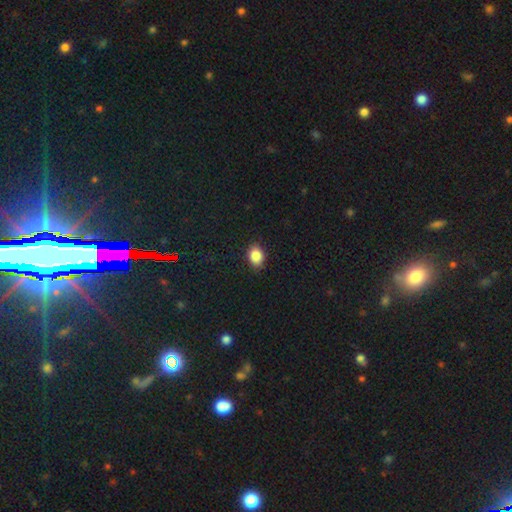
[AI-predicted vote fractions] Overall: smooth (87%). How rounded: in between (71%). Merging: none (87%).